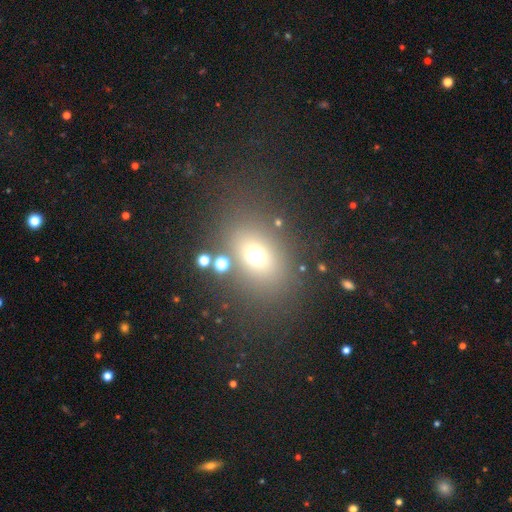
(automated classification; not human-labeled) Smooth or featured: smooth — 65% (star or artifact — 22%)
How rounded: in between — 51% (round — 47%)
Merging: none — 75% (minor disturbance — 10%)